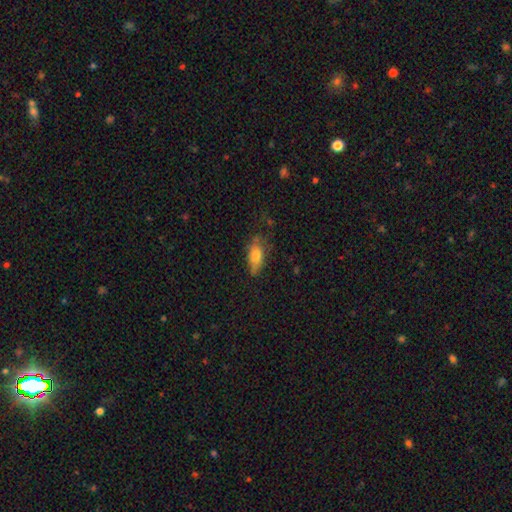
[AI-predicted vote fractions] A smooth galaxy with no disk features (71%) that is in between round and cigar-shaped (81%).

Vote fractions:
- Smooth or featured? smooth: 71% / featured or disk: 21% / star or artifact: 8%
- How rounded? in between: 81% / cigar-shaped: 15% / round: 4%
- Merging? none: 56% / minor disturbance: 30% / major disturbance: 11% / merger: 3%